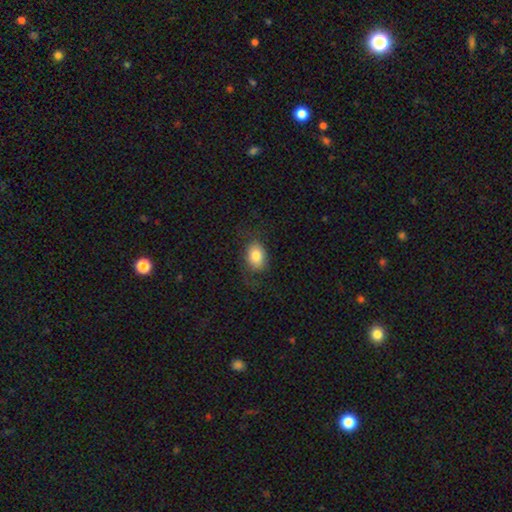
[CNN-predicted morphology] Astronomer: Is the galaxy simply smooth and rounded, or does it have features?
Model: smooth — 79%.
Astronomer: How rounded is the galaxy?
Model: in between — 73%.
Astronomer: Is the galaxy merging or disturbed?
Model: none — 66%.